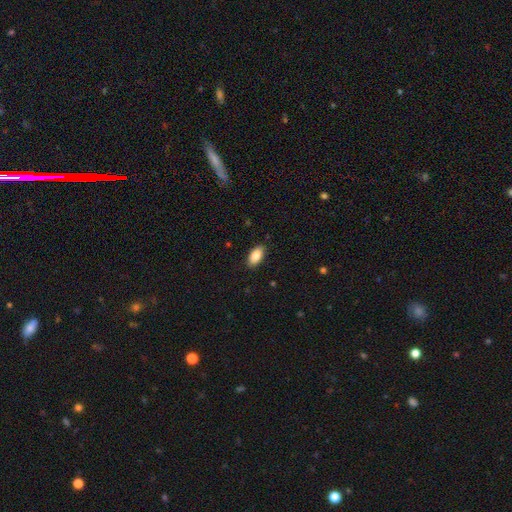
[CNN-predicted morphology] smooth-or-featured: smooth: 85% | featured or disk: 8% | star or artifact: 7%
  how-rounded: in between: 92% | cigar-shaped: 5% | round: 3%
  merging: none: 88% | minor disturbance: 9% | major disturbance: 2% | merger: 1%